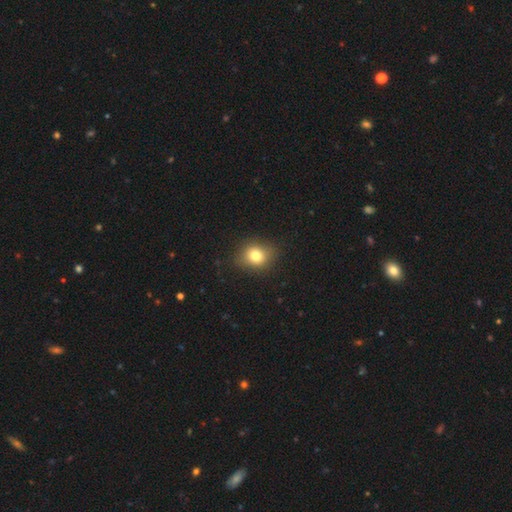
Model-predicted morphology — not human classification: Smooth or featured?
  - smooth: 78% *
  - star or artifact: 12%
  - featured or disk: 10%
How rounded?
  - round: 62% *
  - in between: 37%
  - cigar-shaped: 1%
Merging?
  - none: 83% *
  - minor disturbance: 12%
  - major disturbance: 3%
  - merger: 1%